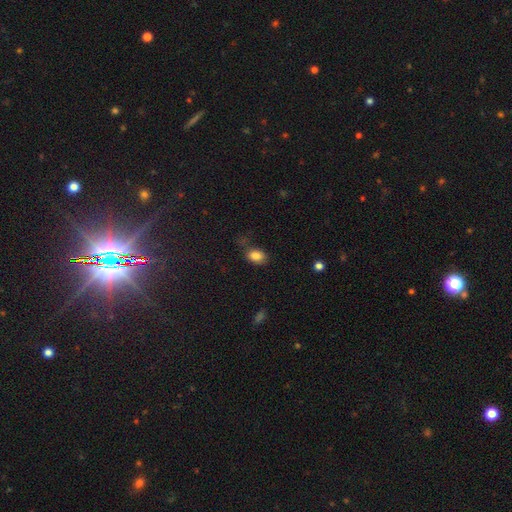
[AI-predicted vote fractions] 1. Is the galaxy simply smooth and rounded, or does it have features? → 84% smooth, 10% star or artifact, 6% featured or disk.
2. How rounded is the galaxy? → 79% in between, 20% round, 1% cigar-shaped.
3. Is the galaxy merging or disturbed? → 68% none, 20% minor disturbance, 7% major disturbance, 4% merger.